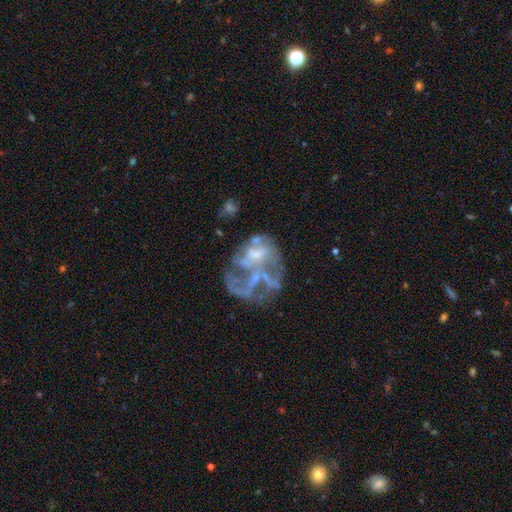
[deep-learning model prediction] smooth-or-featured: featured or disk: 67% | smooth: 18% | star or artifact: 15%
  disk-edge-on: no: 98% | yes: 2%
    bar: no: 77% | weak: 17% | strong: 6%
    has-spiral-arms: no: 76% | yes: 24%
    bulge-size: none: 49% | small: 28% | moderate: 19% | large: 2% | dominant: 1%
  merging: major disturbance: 37% | none: 29% | merger: 20% | minor disturbance: 13%